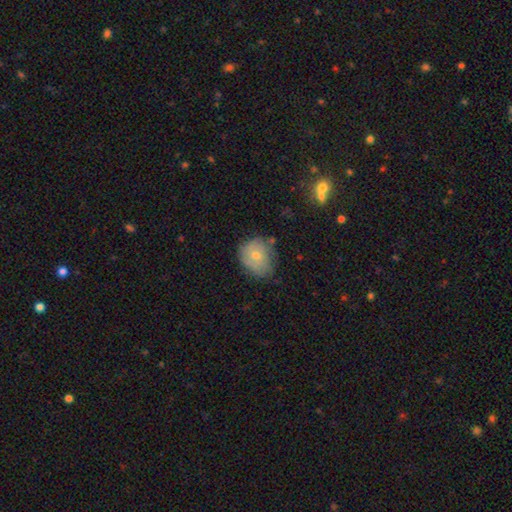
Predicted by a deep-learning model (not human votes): This appears to be a smooth galaxy with no disk features (64%) that is round (64%). Merging: none (56%).